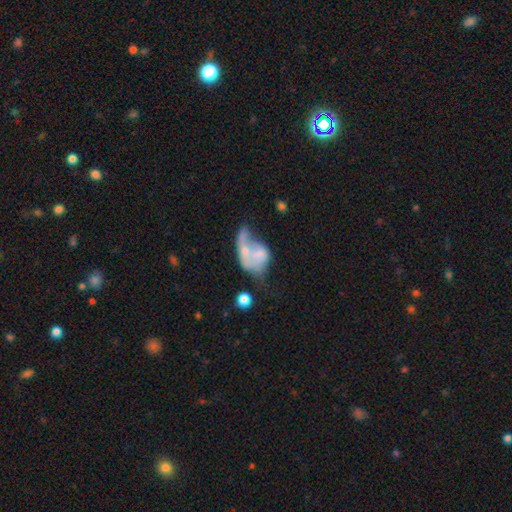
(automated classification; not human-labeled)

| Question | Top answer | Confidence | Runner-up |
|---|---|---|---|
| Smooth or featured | smooth | 47% | featured or disk (44%) |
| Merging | merger | 42% | major disturbance (31%) |